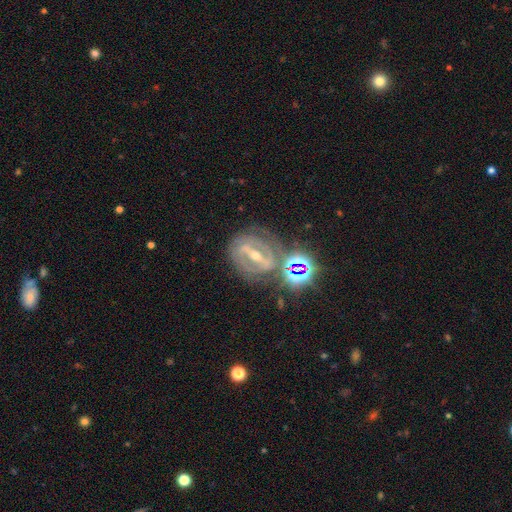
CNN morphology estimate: The model was most divided on "bulge size": small: 49%, moderate: 47%, large: 2%, none: 1%, dominant: 1%. More confident: edge-on disk — no (92%); smooth or featured — featured or disk (80%); bar — strong (78%); spiral arms — yes (76%); merging — none (69%); spiral arm count — 2 (61%); spiral winding — tight (59%).